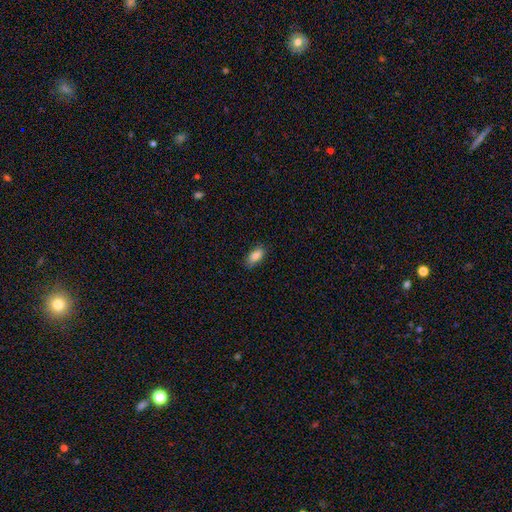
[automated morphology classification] Smooth or featured?
  - smooth: 85% *
  - star or artifact: 8%
  - featured or disk: 7%
How rounded?
  - in between: 88% *
  - cigar-shaped: 9%
  - round: 4%
Merging?
  - none: 80% *
  - minor disturbance: 16%
  - major disturbance: 3%
  - merger: 1%